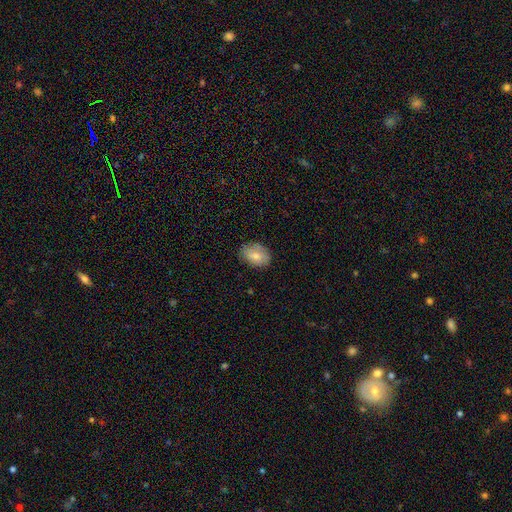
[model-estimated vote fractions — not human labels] This appears to be a smooth galaxy with no disk features (76%) that is in between round and cigar-shaped (79%). Merging: none (77%).